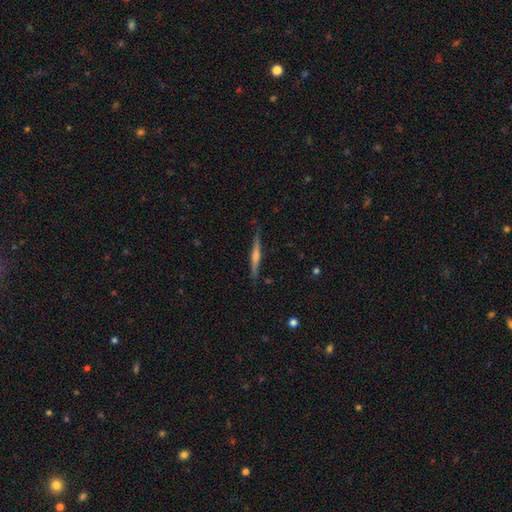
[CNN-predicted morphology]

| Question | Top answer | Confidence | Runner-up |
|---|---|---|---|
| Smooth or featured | featured or disk | 74% | smooth (20%) |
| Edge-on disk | yes | 98% | no (2%) |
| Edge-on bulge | rounded | 76% | none (15%) |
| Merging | none | 88% | minor disturbance (9%) |